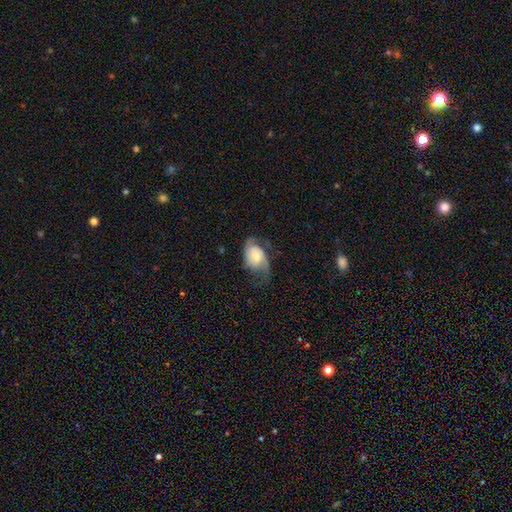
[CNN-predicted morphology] Smooth or featured? featured or disk (72%)
Edge-on disk? no (97%)
Bar? no (58%)
Spiral arms? yes (93%)
Spiral winding? medium (45%)
Spiral arm count? 2 (79%)
Bulge size? moderate (49%)
Merging? none (52%)